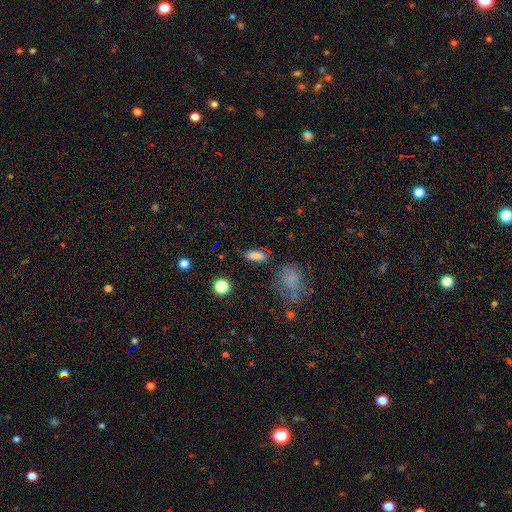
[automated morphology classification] This is likely a smooth galaxy (79%). How rounded: likely in between (63%). Merging: likely none (79%).